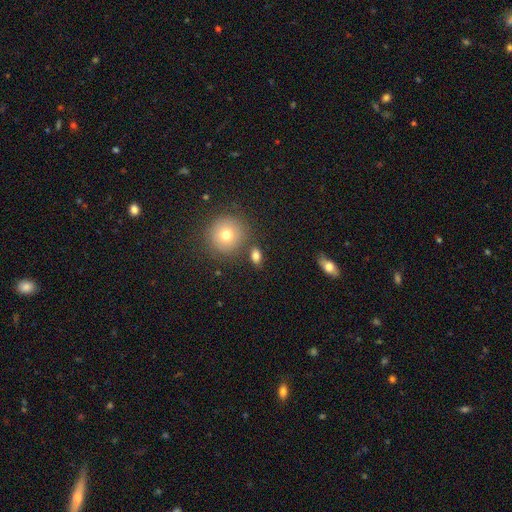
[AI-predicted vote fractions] The model was most divided on "how rounded": in between: 65%, round: 31%, cigar-shaped: 4%. More confident: smooth or featured — smooth (79%); merging — none (77%).